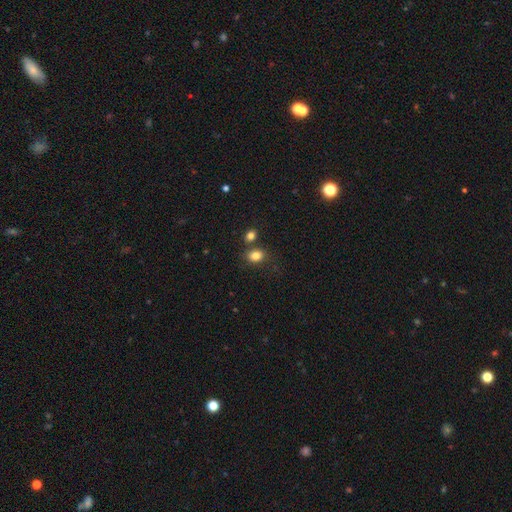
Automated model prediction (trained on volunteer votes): smooth-or-featured: smooth: 82% | star or artifact: 11% | featured or disk: 6%
  how-rounded: in between: 63% | round: 36% | cigar-shaped: 1%
  merging: none: 70% | merger: 15% | minor disturbance: 12% | major disturbance: 3%